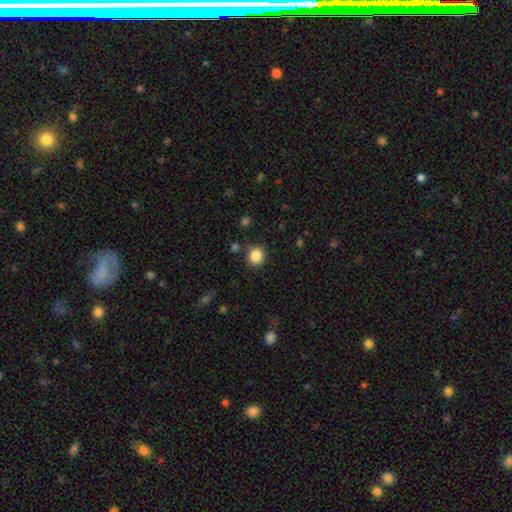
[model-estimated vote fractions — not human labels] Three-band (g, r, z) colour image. It shows a smooth galaxy with no disk features (86%) that is round (83%). Merging: none (84%).